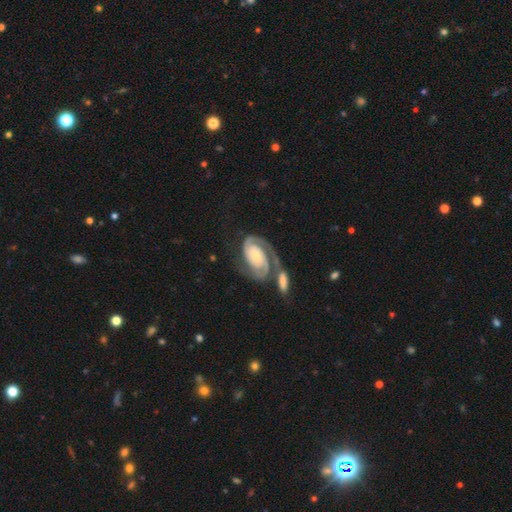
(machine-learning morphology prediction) smooth_or_featured: featured or disk (p=0.87) [alt: smooth p=0.08]
disk_edge_on: no (p=0.97) [alt: yes p=0.03]
bar: no (p=0.69) [alt: weak p=0.21]
has_spiral_arms: yes (p=0.97) [alt: no p=0.03]
spiral_winding: tight (p=0.55) [alt: medium p=0.35]
spiral_arm_count: 2 (p=0.80) [alt: 1 p=0.10]
bulge_size: small (p=0.59) [alt: moderate p=0.28]
merging: none (p=0.39) [alt: merger p=0.31]